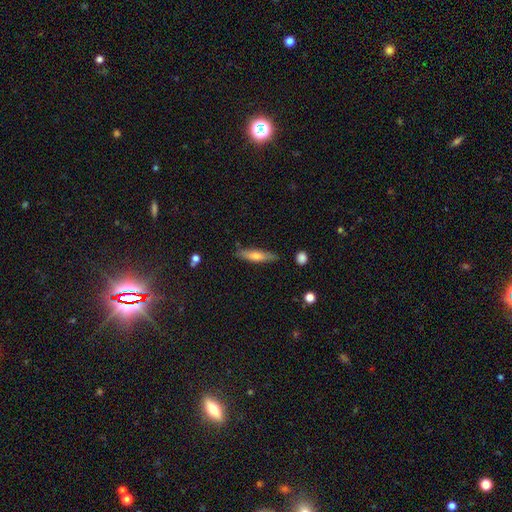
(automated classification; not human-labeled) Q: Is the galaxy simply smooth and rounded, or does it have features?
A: smooth — 59%.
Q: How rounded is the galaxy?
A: cigar-shaped — 79%.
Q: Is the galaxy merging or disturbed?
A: none — 81%.